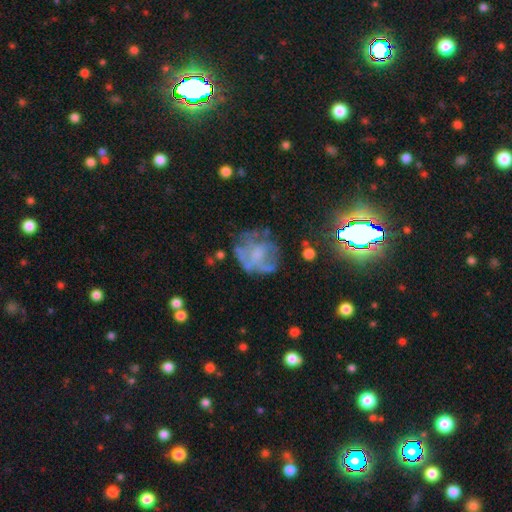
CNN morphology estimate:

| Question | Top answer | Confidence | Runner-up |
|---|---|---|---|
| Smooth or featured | featured or disk | 54% | smooth (31%) |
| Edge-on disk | no | 98% | yes (2%) |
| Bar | no | 79% | weak (17%) |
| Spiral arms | no | 72% | yes (28%) |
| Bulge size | none | 49% | moderate (23%) |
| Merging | none | 47% | major disturbance (26%) |